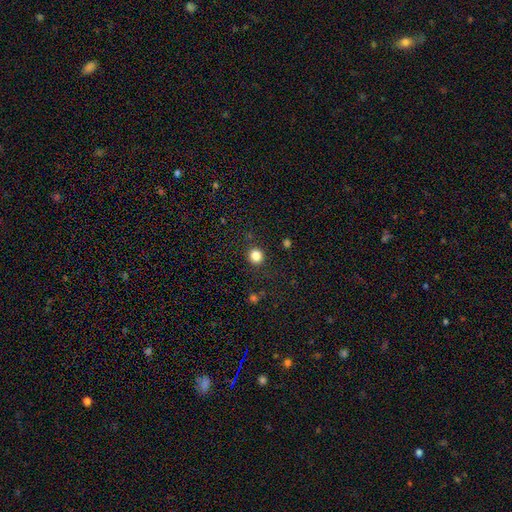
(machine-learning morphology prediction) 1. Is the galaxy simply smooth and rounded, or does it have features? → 83% smooth, 13% star or artifact, 4% featured or disk.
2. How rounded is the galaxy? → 92% round, 7% in between, 1% cigar-shaped.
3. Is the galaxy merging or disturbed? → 90% none, 6% minor disturbance, 2% major disturbance, 1% merger.